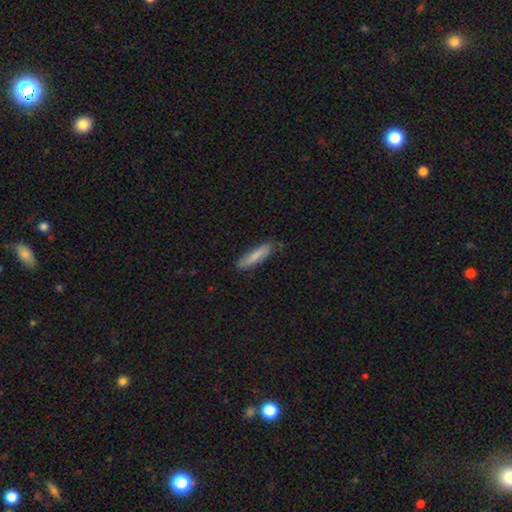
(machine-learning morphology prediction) type=smooth (78%); roundness=cigar-shaped (77%); merging=none (76%).